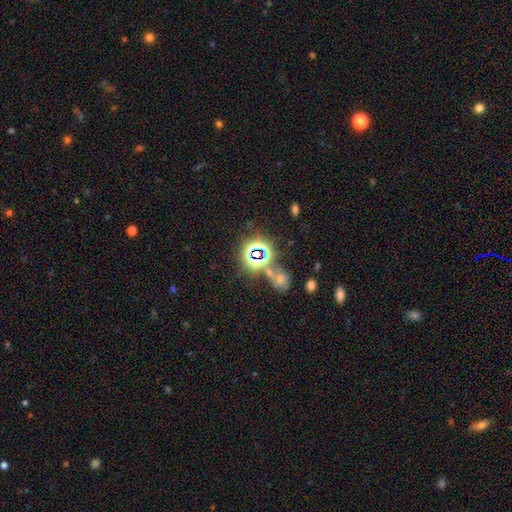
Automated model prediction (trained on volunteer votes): Smooth or featured? star or artifact (67%)